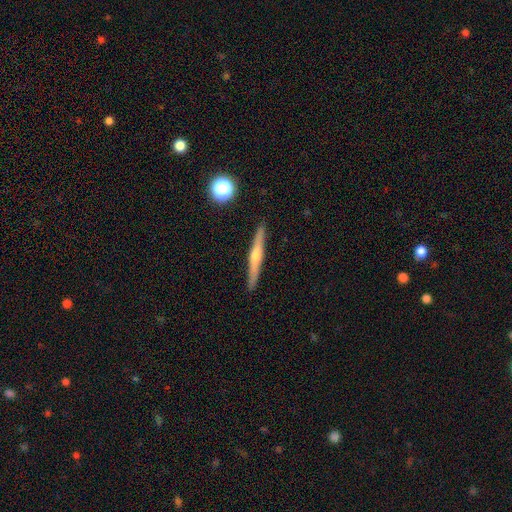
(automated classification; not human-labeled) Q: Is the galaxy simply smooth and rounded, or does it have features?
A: featured or disk — 63%.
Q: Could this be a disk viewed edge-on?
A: yes — 97%.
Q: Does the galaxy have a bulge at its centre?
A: rounded — 81%.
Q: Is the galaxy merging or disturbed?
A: none — 91%.